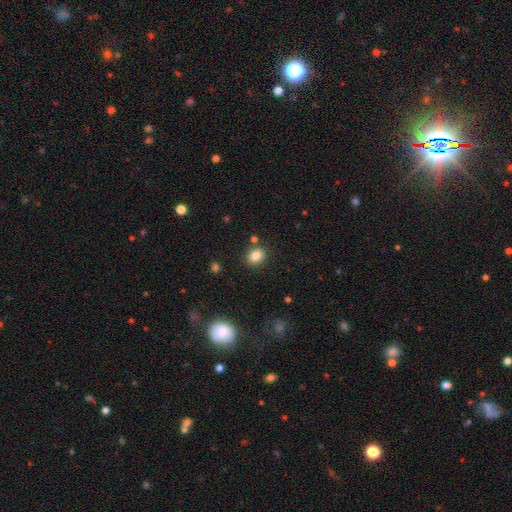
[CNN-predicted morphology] smooth 83%, star or artifact 11%, featured or disk 6%. Down the decision tree: how rounded — round (67%); merging — none (84%).